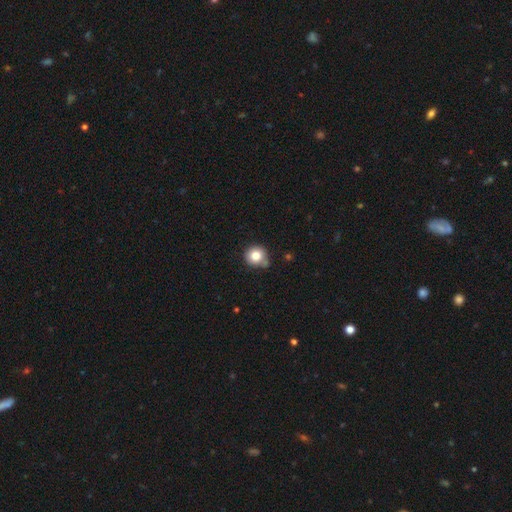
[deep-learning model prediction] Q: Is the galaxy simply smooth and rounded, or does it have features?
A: smooth — 83%.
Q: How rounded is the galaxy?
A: round — 90%.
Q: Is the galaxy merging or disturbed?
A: none — 69%.